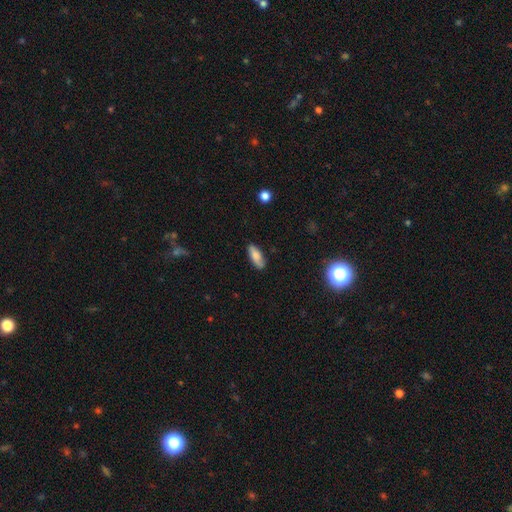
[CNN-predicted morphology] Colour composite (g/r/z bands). It shows a smooth galaxy with no disk features (76%) that is in between round and cigar-shaped (75%). Merging: none (79%).